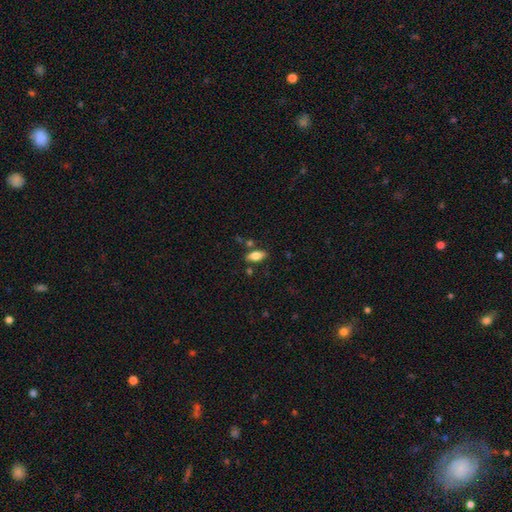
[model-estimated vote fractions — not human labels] Smooth or featured? Predicted: smooth (p=0.78). How rounded? Predicted: in between (p=0.87). Merging? Predicted: none (p=0.79).